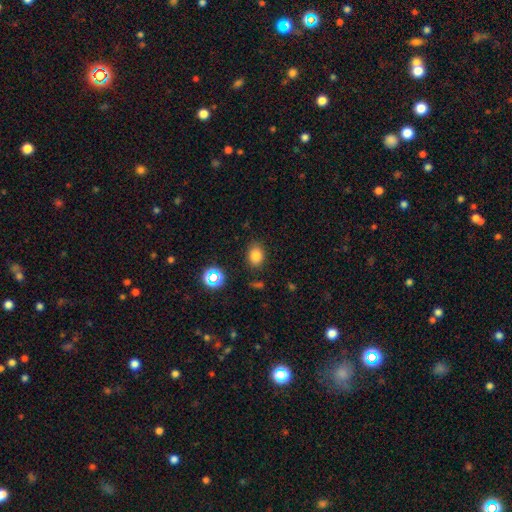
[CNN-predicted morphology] smooth-or-featured: smooth: 79% | star or artifact: 15% | featured or disk: 6%
  how-rounded: in between: 62% | round: 36% | cigar-shaped: 1%
  merging: none: 83% | minor disturbance: 11% | major disturbance: 4% | merger: 2%